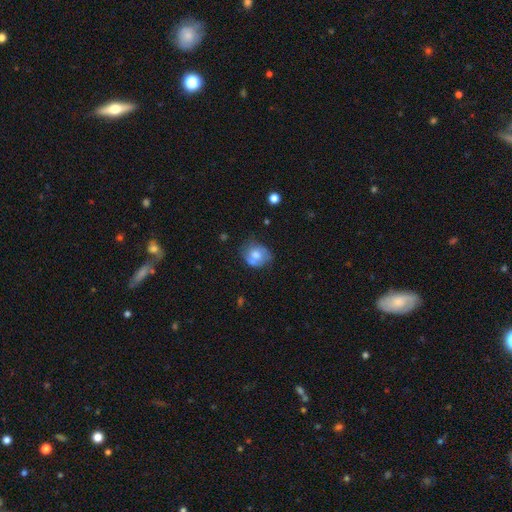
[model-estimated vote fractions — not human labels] smooth 56%, featured or disk 35%, star or artifact 9%. Down the decision tree: how rounded — round (65%); merging — none (45%).